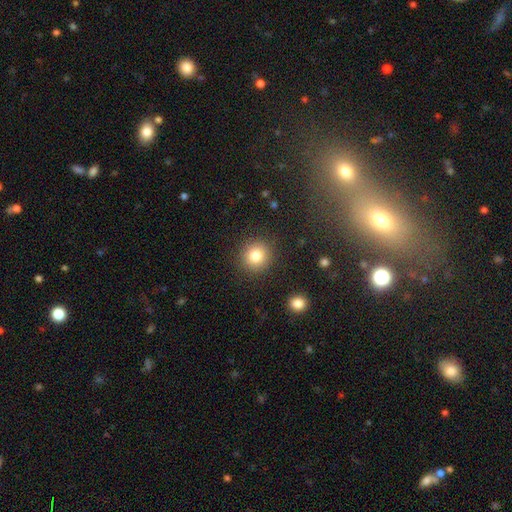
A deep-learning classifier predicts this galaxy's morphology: smooth 82%, star or artifact 11%, featured or disk 8%. Down the decision tree: how rounded — round (90%); merging — none (89%).